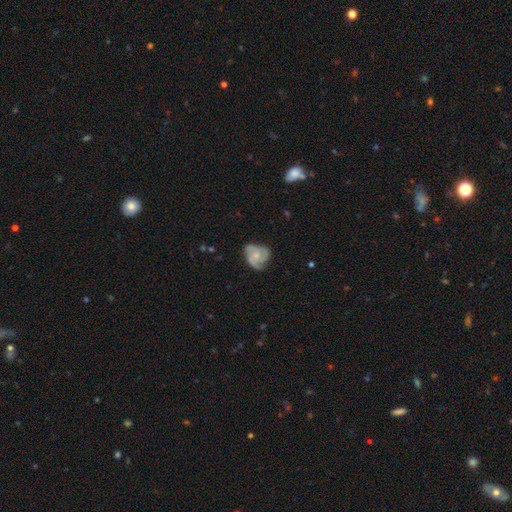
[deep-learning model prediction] The model was most divided on "spiral winding" (2-way tie): medium: 43%, tight: 43%, loose: 14%. More confident: edge-on disk — no (98%); spiral arms — yes (90%); bar — no (79%); smooth or featured — featured or disk (67%); spiral arm count — 3 (61%); merging — none (60%); bulge size — small (55%).